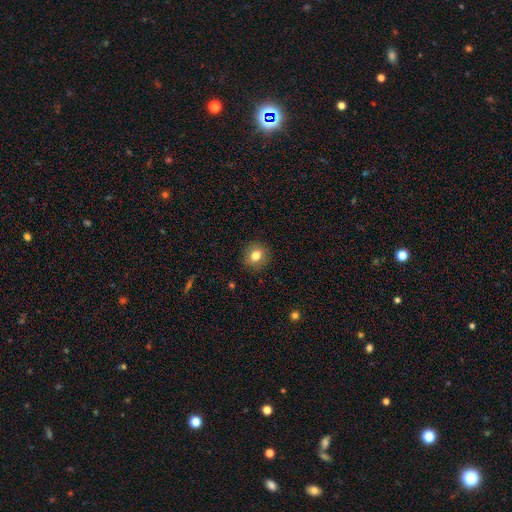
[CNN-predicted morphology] This appears to be a smooth galaxy with no disk features (80%) that is round (84%). Merging: none (90%).